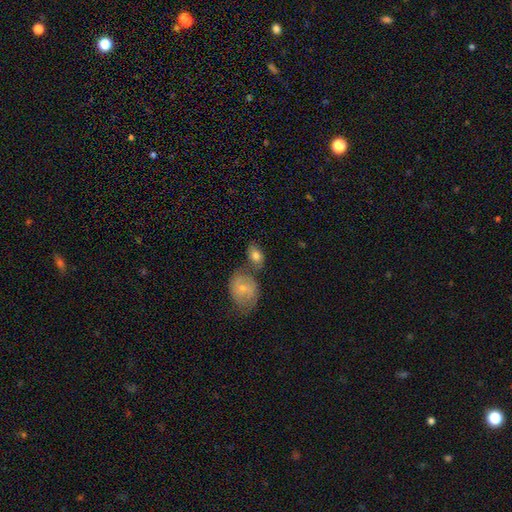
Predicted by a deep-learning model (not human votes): Smooth or featured? smooth (73%)
How rounded? in between (78%)
Merging? none (45%)